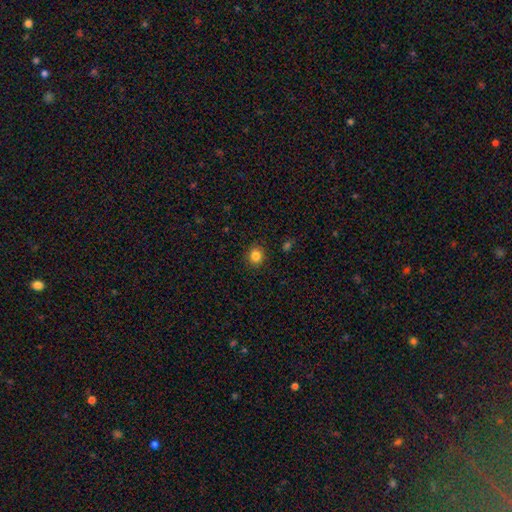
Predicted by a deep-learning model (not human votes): Overall: smooth (83%). How rounded: round (80%). Merging: none (89%).